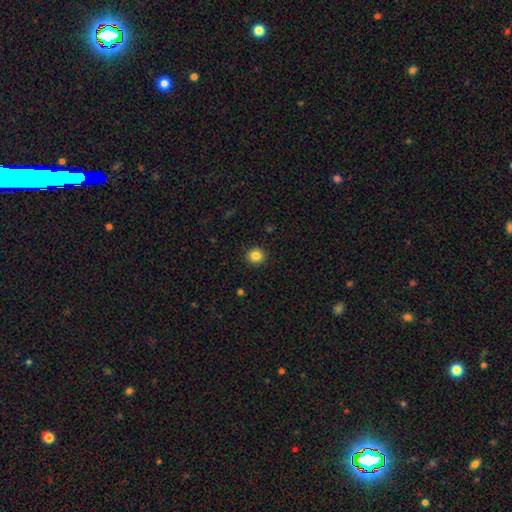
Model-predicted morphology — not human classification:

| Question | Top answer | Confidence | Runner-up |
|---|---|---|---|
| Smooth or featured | smooth | 84% | star or artifact (11%) |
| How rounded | round | 91% | in between (8%) |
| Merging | none | 92% | minor disturbance (5%) |